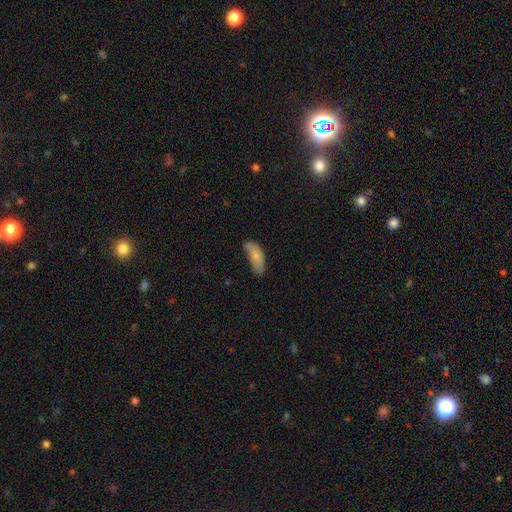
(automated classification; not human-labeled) This is likely a smooth galaxy (77%). How rounded: clearly in between (83%). Merging: marginally none (42%).